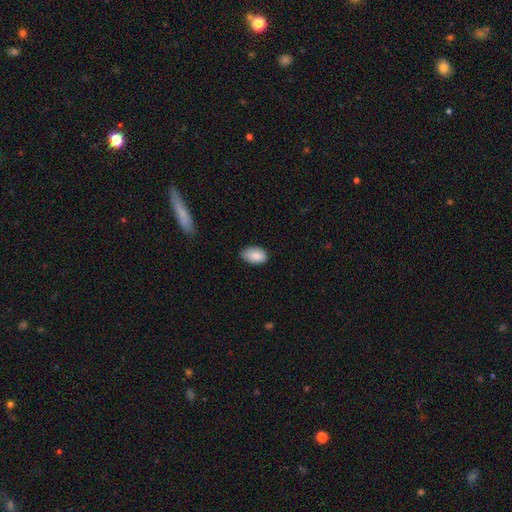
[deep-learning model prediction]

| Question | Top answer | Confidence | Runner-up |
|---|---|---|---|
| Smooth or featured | smooth | 87% | featured or disk (7%) |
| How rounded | in between | 93% | round (6%) |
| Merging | none | 72% | minor disturbance (23%) |